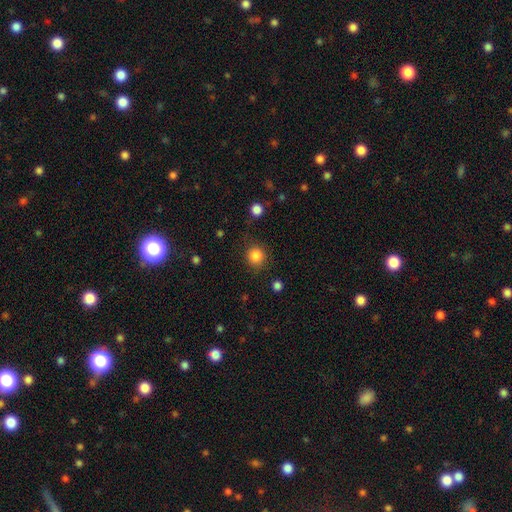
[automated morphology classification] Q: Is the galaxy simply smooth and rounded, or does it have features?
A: smooth — 85%.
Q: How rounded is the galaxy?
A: round — 91%.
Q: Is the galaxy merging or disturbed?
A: none — 83%.